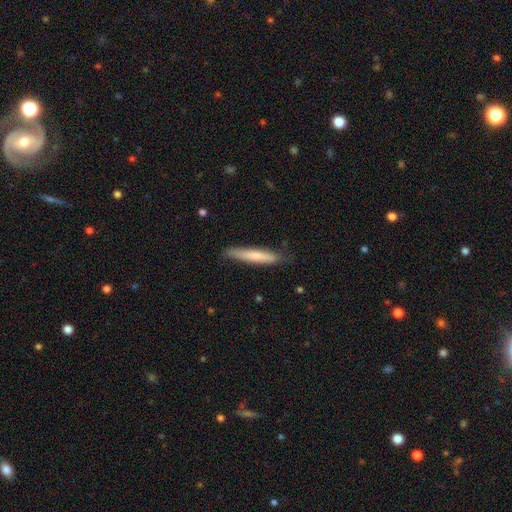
This is likely a smooth galaxy (79%). How rounded: clearly cigar-shaped (90%). Merging: clearly none (89%).